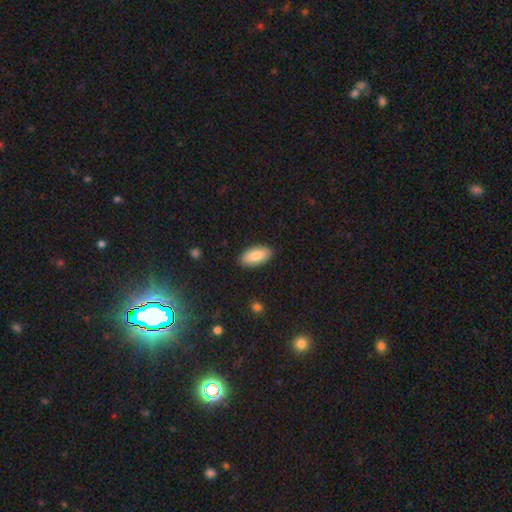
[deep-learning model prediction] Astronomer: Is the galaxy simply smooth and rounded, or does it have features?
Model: smooth — 83%.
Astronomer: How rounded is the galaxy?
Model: in between — 91%.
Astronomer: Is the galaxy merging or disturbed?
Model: none — 88%.